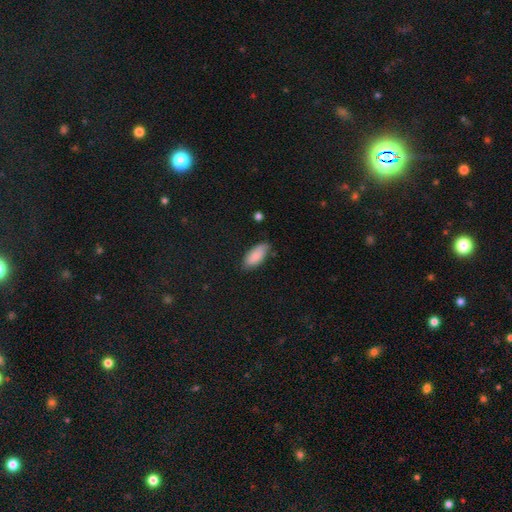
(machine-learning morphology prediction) Smooth or featured?
  - smooth: 88% *
  - star or artifact: 6%
  - featured or disk: 6%
How rounded?
  - in between: 88% *
  - cigar-shaped: 11%
  - round: 2%
Merging?
  - none: 73% *
  - minor disturbance: 21%
  - major disturbance: 4%
  - merger: 2%